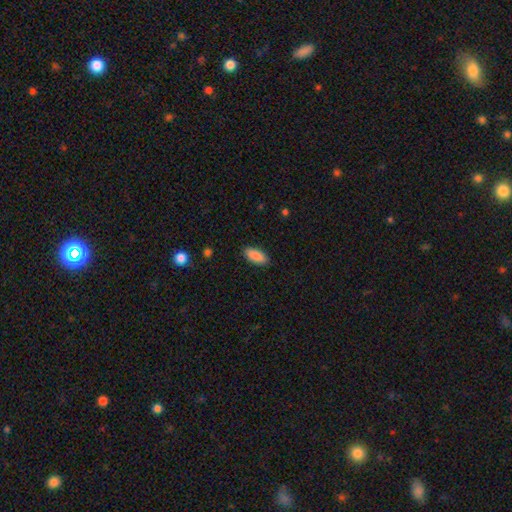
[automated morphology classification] Smooth or featured? smooth (87%)
How rounded? in between (84%)
Merging? none (88%)